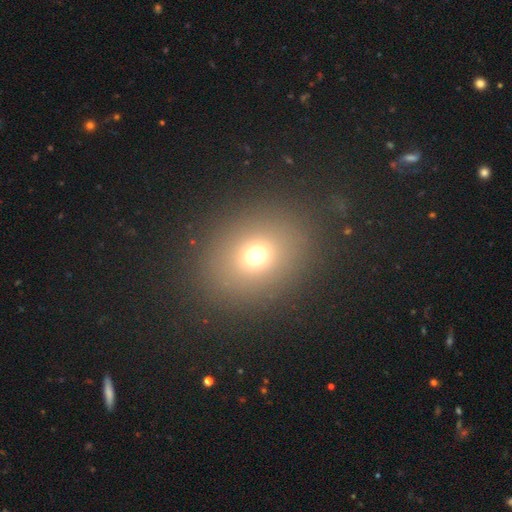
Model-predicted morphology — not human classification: The model was most divided on "how rounded": round: 60%, in between: 39%, cigar-shaped: 1%. More confident: merging — none (86%); smooth or featured — smooth (70%).